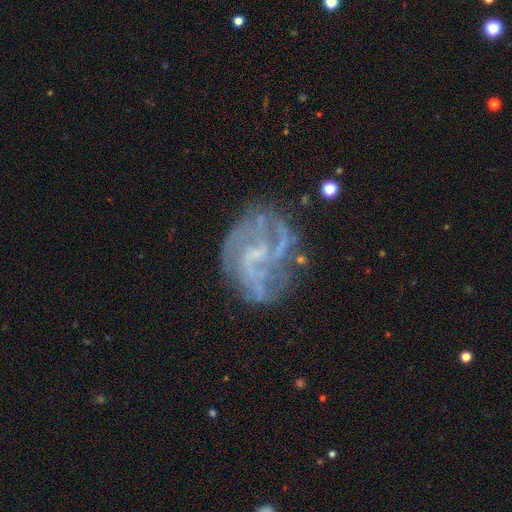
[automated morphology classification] Overall: featured or disk (82%). Edge-on disk: no (98%). Bar: weak (46%; no 42%). Spiral arms: yes (88%). Spiral arm count: can't tell (27%; 2 26%). Spiral winding: medium (46%; tight 30%). Bulge size: small (42%; none 40%). Merging: none (61%).